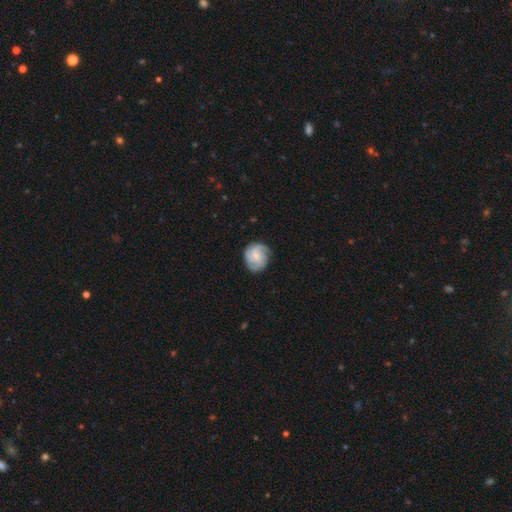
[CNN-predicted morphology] Smooth or featured: featured or disk — 67% (smooth — 27%)
Edge-on disk: no — 98% (yes — 2%)
Bar: no — 53% (weak — 40%)
Spiral arms: yes — 94% (no — 6%)
Spiral winding: tight — 43% (medium — 42%)
Spiral arm count: 3 — 34% (2 — 33%)
Bulge size: small — 59% (moderate — 31%)
Merging: none — 75% (minor disturbance — 18%)